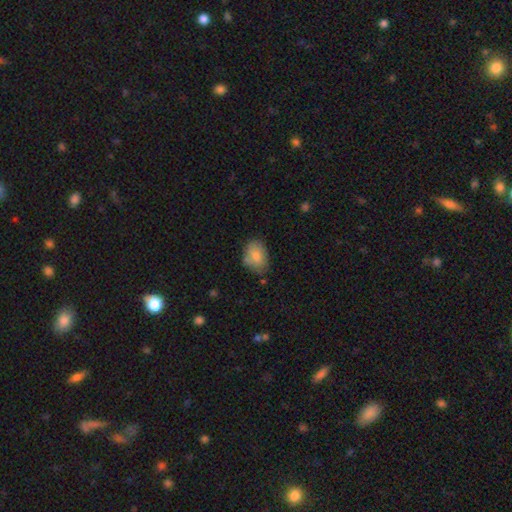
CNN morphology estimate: smooth-or-featured: smooth: 79% | featured or disk: 13% | star or artifact: 8%
  how-rounded: in between: 79% | round: 20% | cigar-shaped: 1%
  merging: none: 69% | minor disturbance: 21% | merger: 6% | major disturbance: 4%